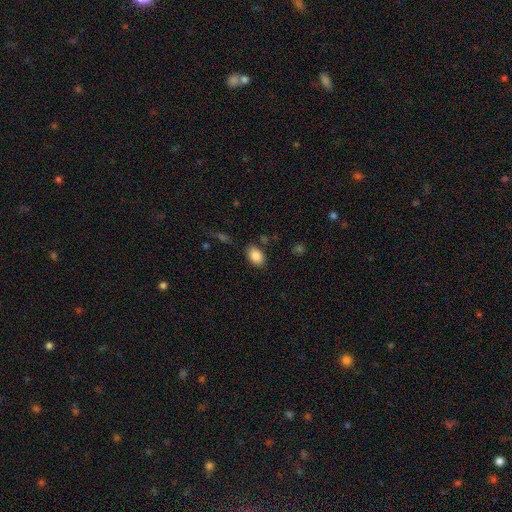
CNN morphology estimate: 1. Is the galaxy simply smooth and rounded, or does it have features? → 87% smooth, 8% star or artifact, 5% featured or disk.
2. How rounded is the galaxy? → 83% in between, 16% round, 1% cigar-shaped.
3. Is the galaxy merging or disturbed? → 82% none, 12% minor disturbance, 3% major disturbance, 3% merger.